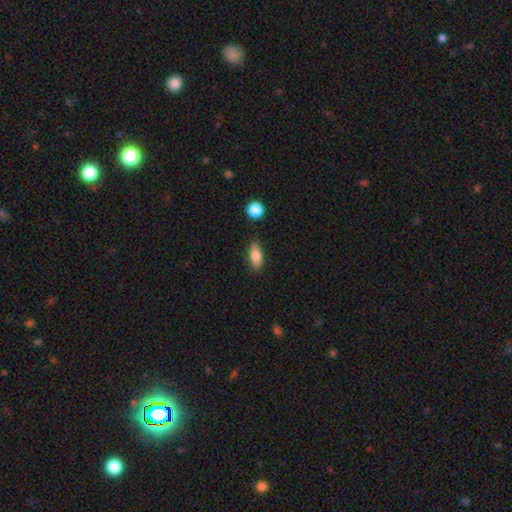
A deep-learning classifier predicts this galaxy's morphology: A smooth galaxy with no disk features (79%) that is in between round and cigar-shaped (79%). Merging: none (84%).